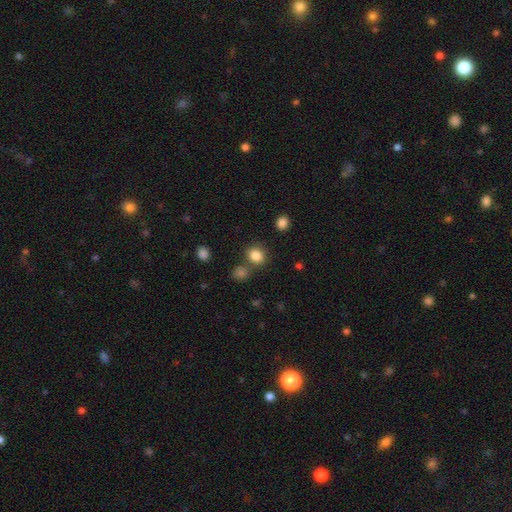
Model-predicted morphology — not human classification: smooth 84%, star or artifact 12%, featured or disk 4%. Down the decision tree: how rounded — round (75%); merging — none (74%).